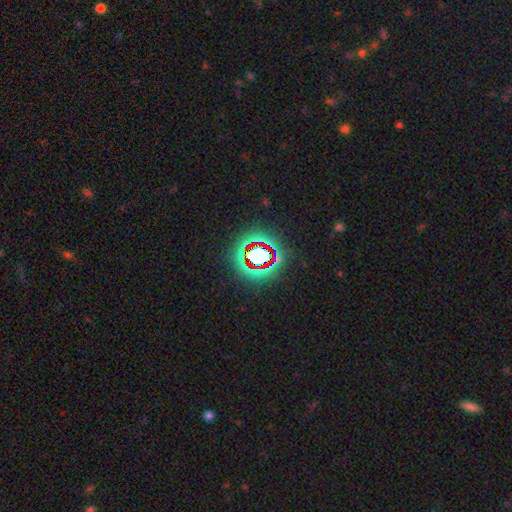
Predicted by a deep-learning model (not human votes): smooth_or_featured: star or artifact (p=0.71) [alt: smooth p=0.18]